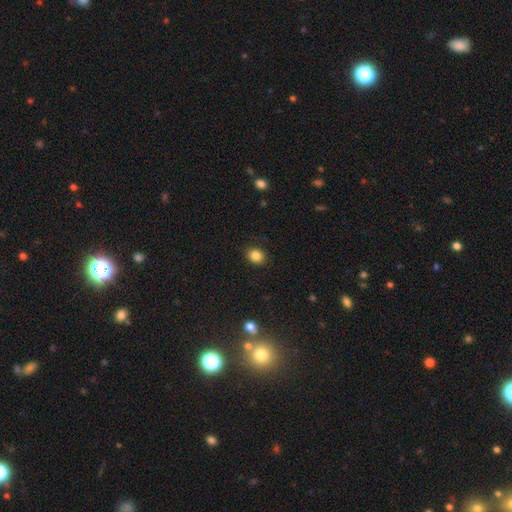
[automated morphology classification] smooth_or_featured: smooth (p=0.86) [alt: star or artifact p=0.10]
how_rounded: round (p=0.56) [alt: in between p=0.43]
merging: none (p=0.88) [alt: minor disturbance p=0.09]